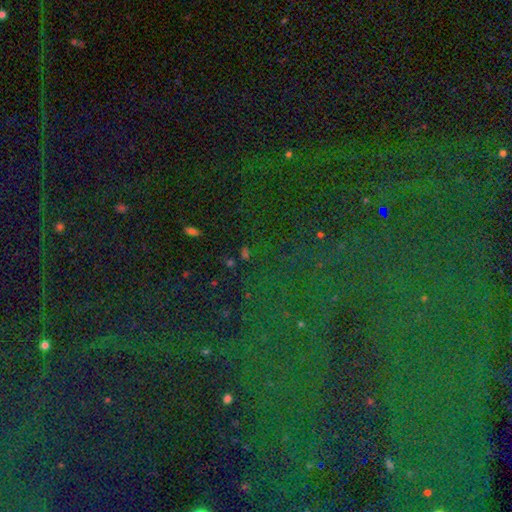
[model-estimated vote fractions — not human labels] Overall: star or artifact (83%).